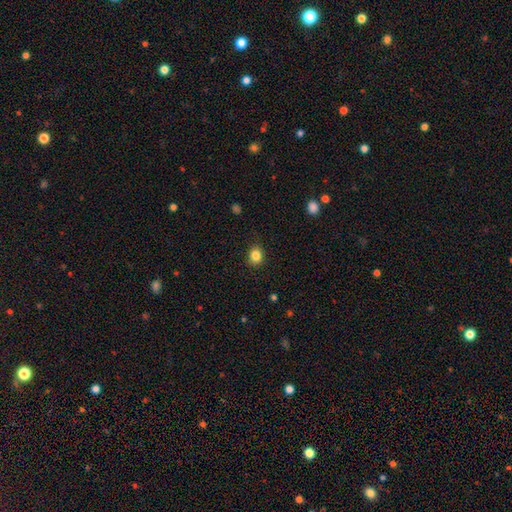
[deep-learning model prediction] Smooth or featured? Predicted: smooth (p=0.84). How rounded? Predicted: round (p=0.75). Merging? Predicted: none (p=0.87).